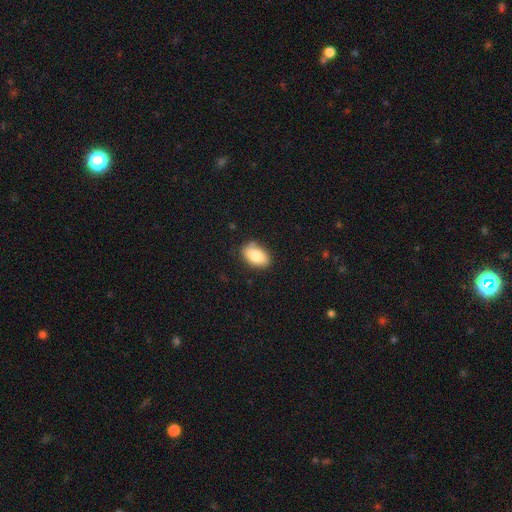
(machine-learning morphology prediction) Smooth or featured? Predicted: smooth (p=0.83). How rounded? Predicted: in between (p=0.91). Merging? Predicted: none (p=0.79).